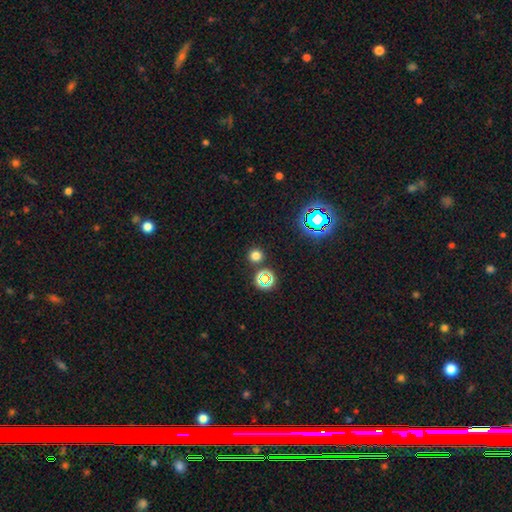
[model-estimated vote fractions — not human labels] smooth-or-featured: smooth: 69% | star or artifact: 25% | featured or disk: 5%
  how-rounded: round: 93% | in between: 6% | cigar-shaped: 1%
  merging: none: 85% | merger: 6% | minor disturbance: 6% | major disturbance: 3%